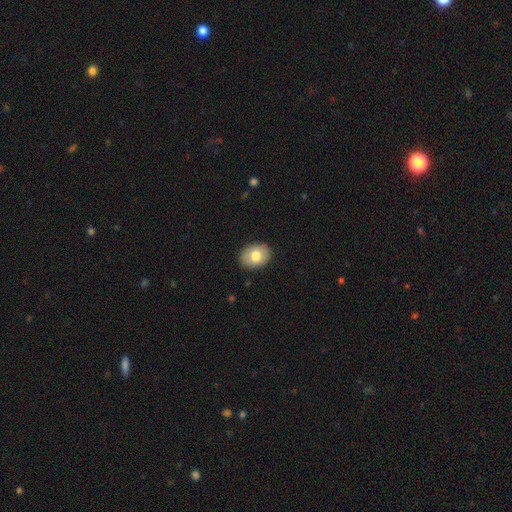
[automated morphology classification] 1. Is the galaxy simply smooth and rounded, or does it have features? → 75% smooth, 18% featured or disk, 7% star or artifact.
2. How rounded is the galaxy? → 62% in between, 37% round, 1% cigar-shaped.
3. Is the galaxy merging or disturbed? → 88% none, 9% minor disturbance, 2% major disturbance, 1% merger.